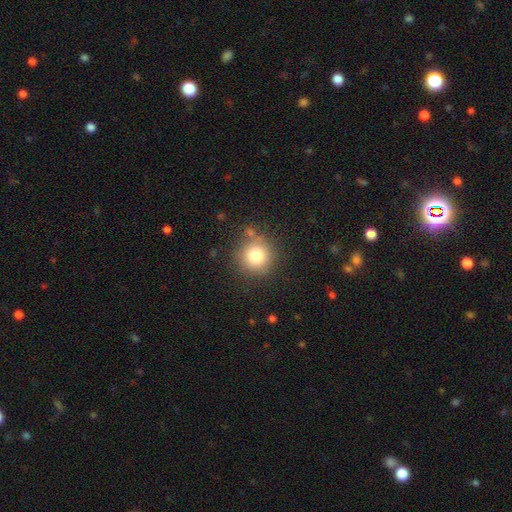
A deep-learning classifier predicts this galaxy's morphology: Smooth or featured: smooth — 78% (star or artifact — 12%)
How rounded: round — 94% (in between — 5%)
Merging: none — 80% (minor disturbance — 11%)